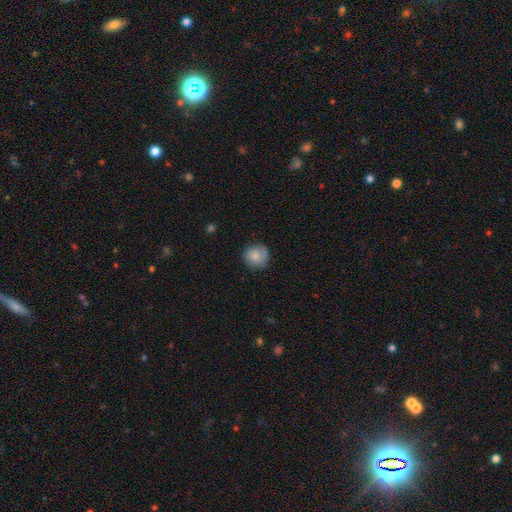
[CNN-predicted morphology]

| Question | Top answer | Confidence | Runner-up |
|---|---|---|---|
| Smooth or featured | smooth | 78% | featured or disk (14%) |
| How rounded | round | 89% | in between (10%) |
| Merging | none | 74% | minor disturbance (19%) |